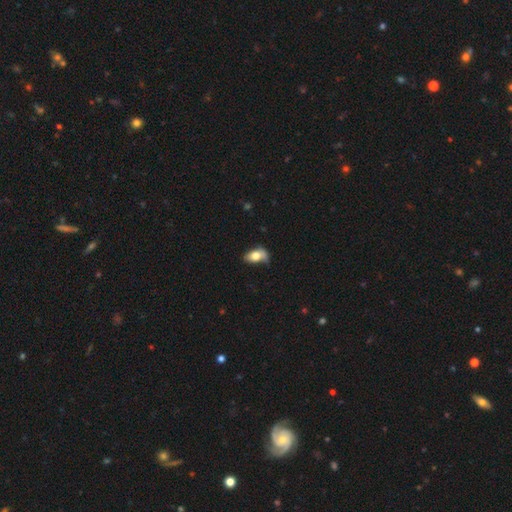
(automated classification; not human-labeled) Smooth or featured? Predicted: smooth (p=0.71). How rounded? Predicted: in between (p=0.87). Merging? Predicted: minor disturbance (p=0.38).